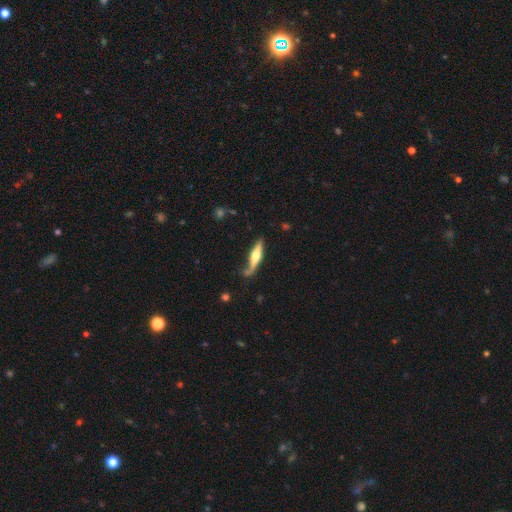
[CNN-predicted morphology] featured or disk 56%, smooth 39%, star or artifact 5%. Down the decision tree: edge-on disk — yes (91%); edge-on bulge — rounded (88%); merging — none (63%).